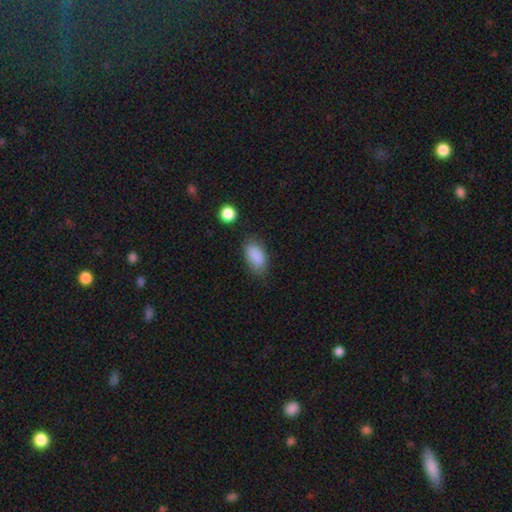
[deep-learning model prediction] Overall: smooth (86%). How rounded: in between (91%). Merging: none (72%).